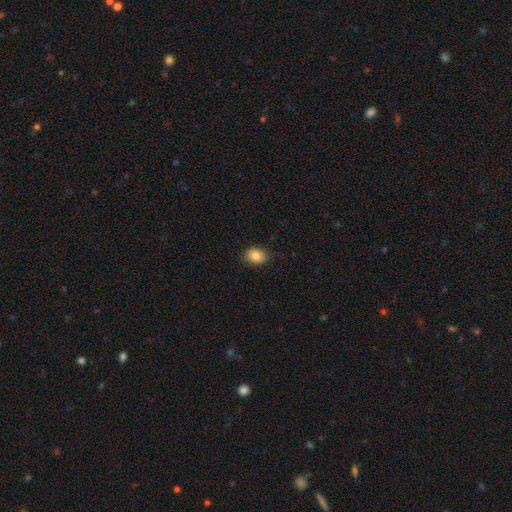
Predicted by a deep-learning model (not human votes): Overall: smooth (84%). How rounded: in between (59%; round 40%). Merging: none (89%).